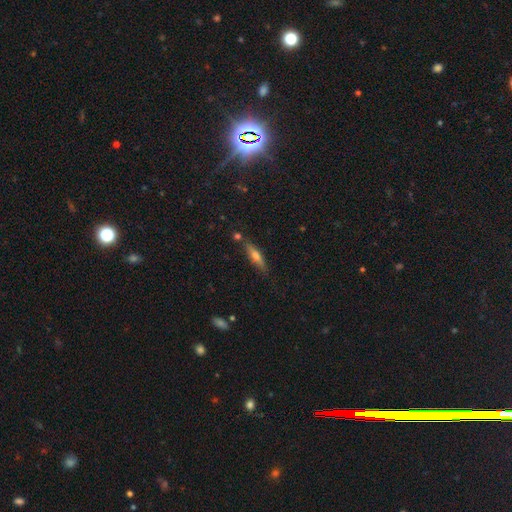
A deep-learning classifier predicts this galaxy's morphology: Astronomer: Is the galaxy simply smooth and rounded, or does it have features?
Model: smooth — 47% (runner-up: featured or disk, 45%).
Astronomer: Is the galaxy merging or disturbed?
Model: none — 80%.